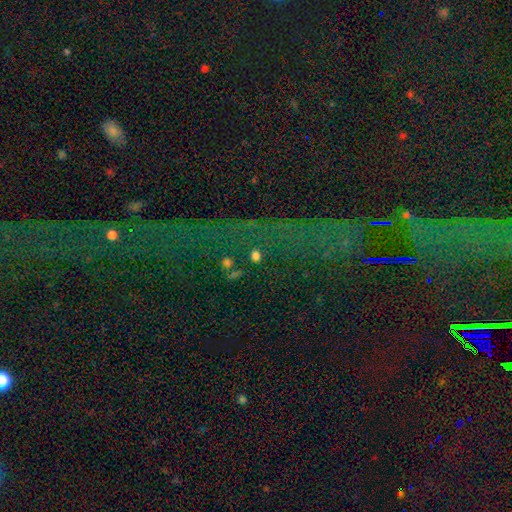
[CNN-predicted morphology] Smooth or featured?
  - smooth: 60% *
  - star or artifact: 31%
  - featured or disk: 8%
How rounded?
  - round: 81% *
  - in between: 17%
  - cigar-shaped: 3%
Merging?
  - none: 73% *
  - merger: 10%
  - minor disturbance: 10%
  - major disturbance: 8%